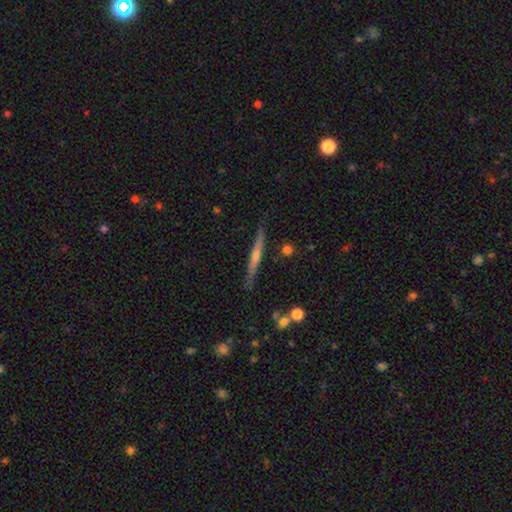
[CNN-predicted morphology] Smooth or featured: featured or disk — 74% (smooth — 17%)
Edge-on disk: yes — 98% (no — 2%)
Edge-on bulge: rounded — 76% (none — 16%)
Merging: none — 88% (minor disturbance — 8%)